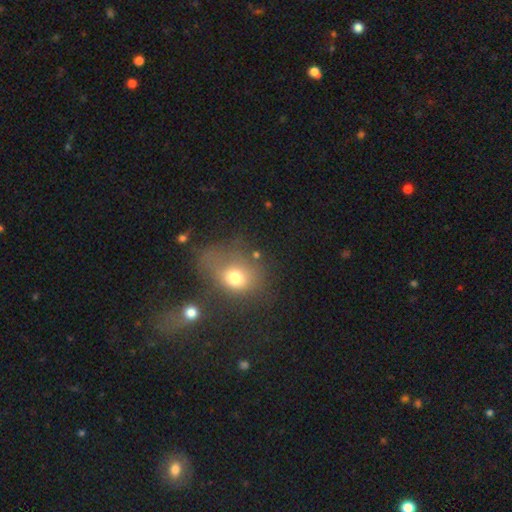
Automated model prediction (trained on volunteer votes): This is likely a smooth galaxy (67%). How rounded: possibly round (50%). Merging: marginally none (34%).